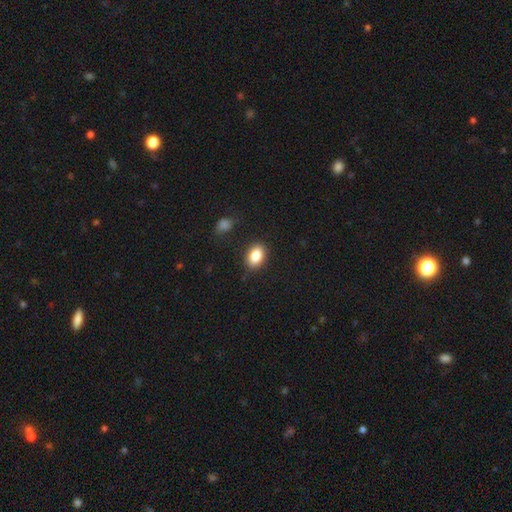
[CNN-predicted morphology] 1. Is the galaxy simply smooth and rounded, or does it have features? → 85% smooth, 8% star or artifact, 6% featured or disk.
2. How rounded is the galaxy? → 81% in between, 18% round, 1% cigar-shaped.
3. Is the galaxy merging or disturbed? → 84% none, 11% minor disturbance, 3% major disturbance, 2% merger.